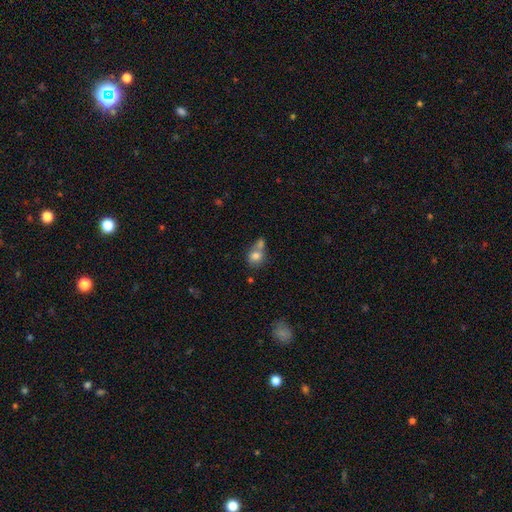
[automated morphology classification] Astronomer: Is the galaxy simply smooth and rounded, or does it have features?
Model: smooth — 78%.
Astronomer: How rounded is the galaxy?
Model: round — 69%.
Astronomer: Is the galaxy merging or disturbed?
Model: merger — 49% (runner-up: none, 37%).